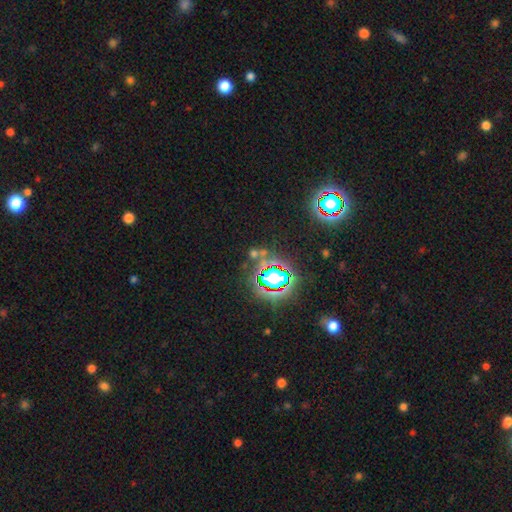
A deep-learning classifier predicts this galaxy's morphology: Smooth or featured? star or artifact (73%)